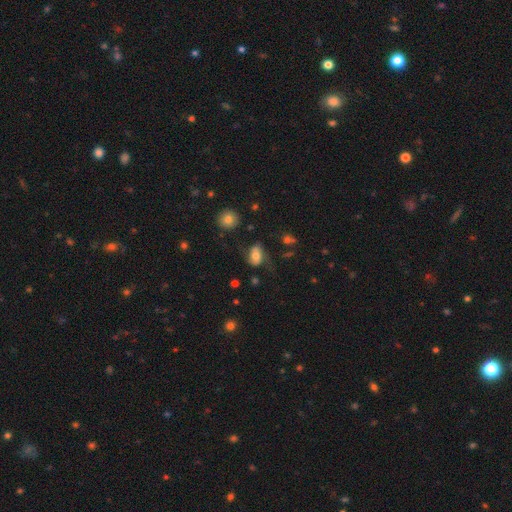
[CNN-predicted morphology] smooth-or-featured: smooth: 50% | featured or disk: 39% | star or artifact: 11%
  how-rounded: in between: 78% | round: 19% | cigar-shaped: 3%
  merging: none: 47% | major disturbance: 25% | minor disturbance: 24% | merger: 3%